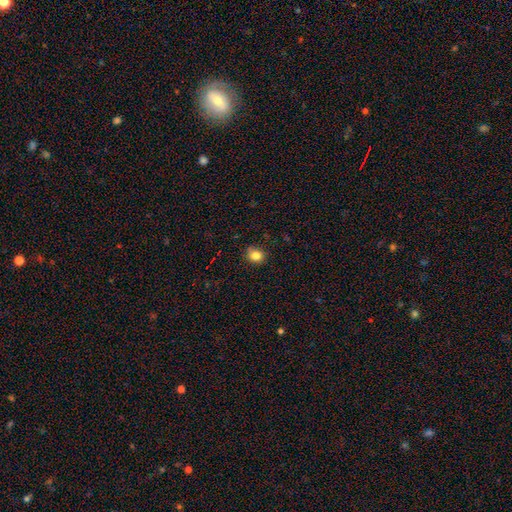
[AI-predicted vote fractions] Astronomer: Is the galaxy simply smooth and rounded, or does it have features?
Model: smooth — 83%.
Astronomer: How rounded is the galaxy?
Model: round — 66%.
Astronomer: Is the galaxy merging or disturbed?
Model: none — 79%.